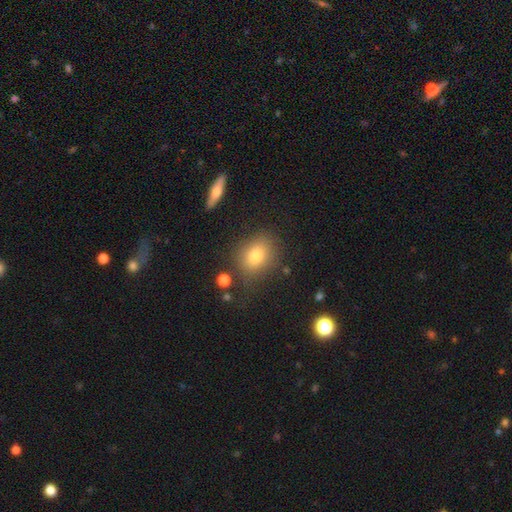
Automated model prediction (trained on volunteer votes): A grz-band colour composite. It shows a smooth galaxy with no disk features (77%) that is in between round and cigar-shaped (50%). Merging: none (79%).